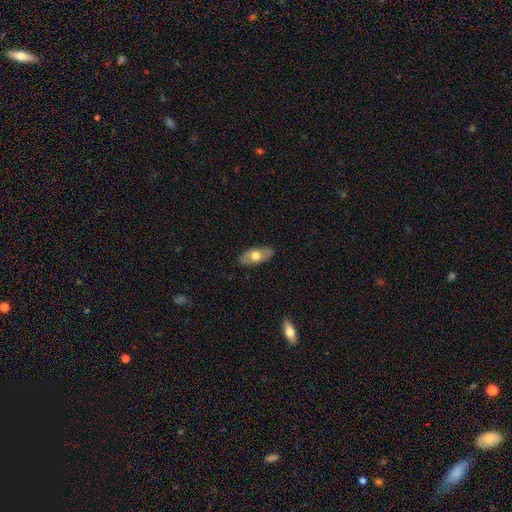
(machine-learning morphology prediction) The model was most divided on "smooth or featured": smooth: 55%, featured or disk: 39%, star or artifact: 5%. More confident: how rounded — in between (87%); merging — none (86%).